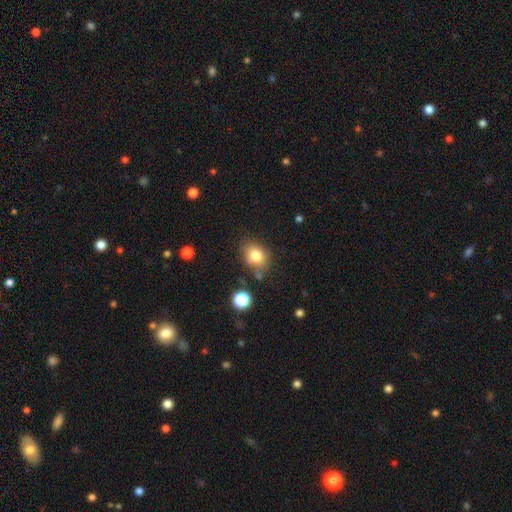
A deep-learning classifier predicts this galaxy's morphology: A smooth galaxy with no disk features (79%) that is in between round and cigar-shaped (56%). Merging: none (71%).